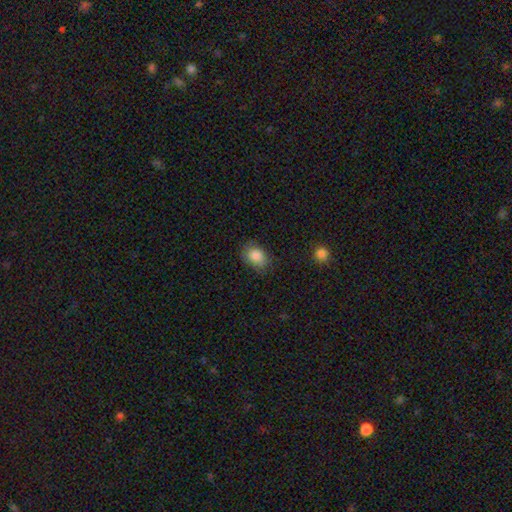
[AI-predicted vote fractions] A smooth galaxy with no disk features (85%) that is in between round and cigar-shaped (65%).

Vote fractions:
- Smooth or featured? smooth: 85% / star or artifact: 8% / featured or disk: 7%
- How rounded? in between: 65% / round: 34% / cigar-shaped: 1%
- Merging? none: 71% / minor disturbance: 22% / major disturbance: 6% / merger: 1%